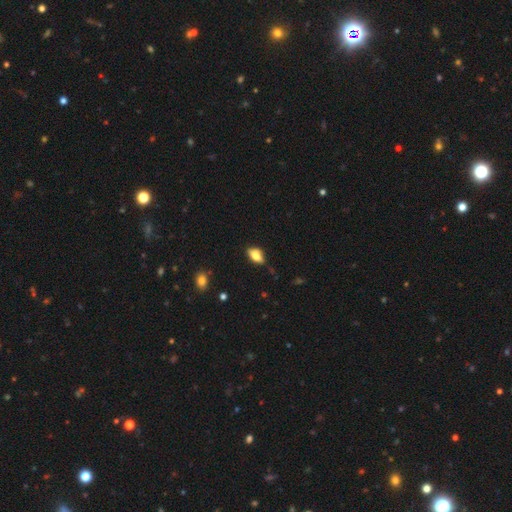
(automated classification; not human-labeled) smooth-or-featured: smooth: 70% | featured or disk: 22% | star or artifact: 8%
  how-rounded: in between: 88% | cigar-shaped: 7% | round: 5%
  merging: none: 69% | minor disturbance: 24% | major disturbance: 5% | merger: 2%